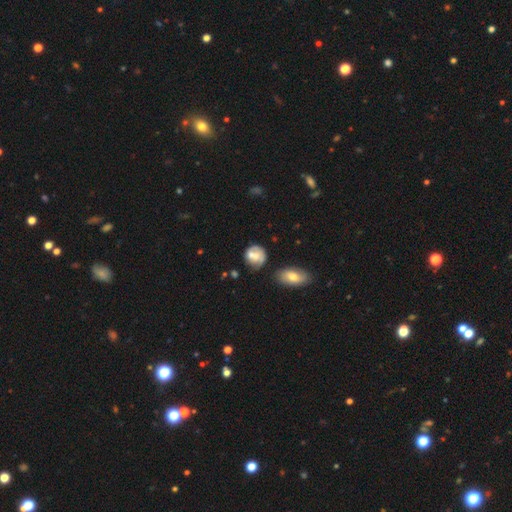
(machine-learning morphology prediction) smooth 55%, featured or disk 37%, star or artifact 8%. Down the decision tree: how rounded — round (69%); merging — none (51%).